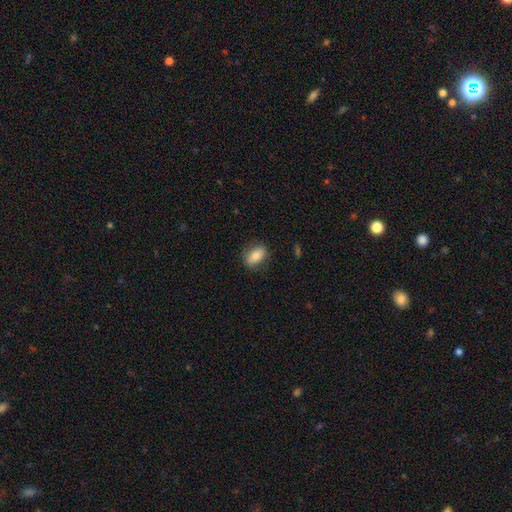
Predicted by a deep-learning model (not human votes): A smooth galaxy with no disk features (76%) that is in between round and cigar-shaped (84%).

Vote fractions:
- Smooth or featured? smooth: 76% / featured or disk: 17% / star or artifact: 7%
- How rounded? in between: 84% / round: 11% / cigar-shaped: 4%
- Merging? none: 81% / minor disturbance: 14% / major disturbance: 4% / merger: 1%